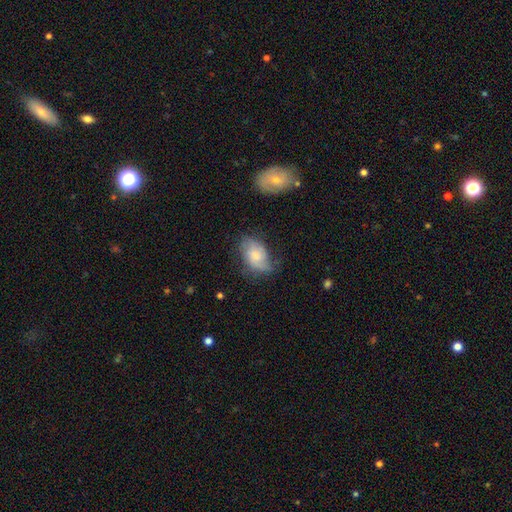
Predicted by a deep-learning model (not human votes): This is possibly a smooth galaxy (48%). Merging: possibly none (55%).